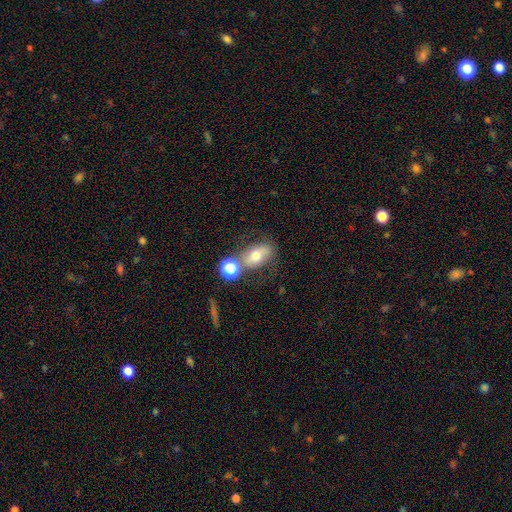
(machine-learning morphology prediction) Smooth or featured: smooth — 60% (featured or disk — 26%)
How rounded: in between — 77% (round — 20%)
Merging: none — 54% (merger — 19%)